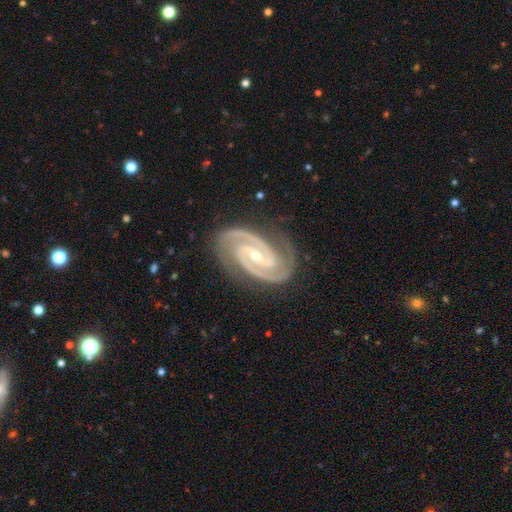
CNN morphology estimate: Smooth or featured: featured or disk — 95% (star or artifact — 4%)
Edge-on disk: no — 98% (yes — 2%)
Bar: strong — 39% (tied with weak — 39%)
Spiral arms: yes — 99% (no — 1%)
Spiral winding: tight — 59% (medium — 38%)
Spiral arm count: 2 — 92% (3 — 3%)
Bulge size: small — 64% (moderate — 33%)
Merging: none — 84% (minor disturbance — 12%)